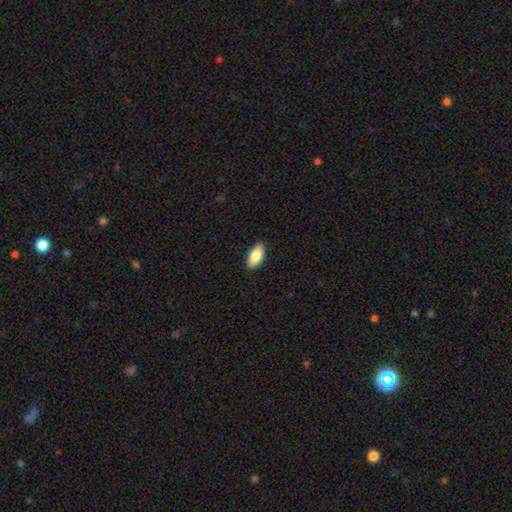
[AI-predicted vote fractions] Smooth or featured? Predicted: smooth (p=0.83). How rounded? Predicted: in between (p=0.91). Merging? Predicted: none (p=0.89).